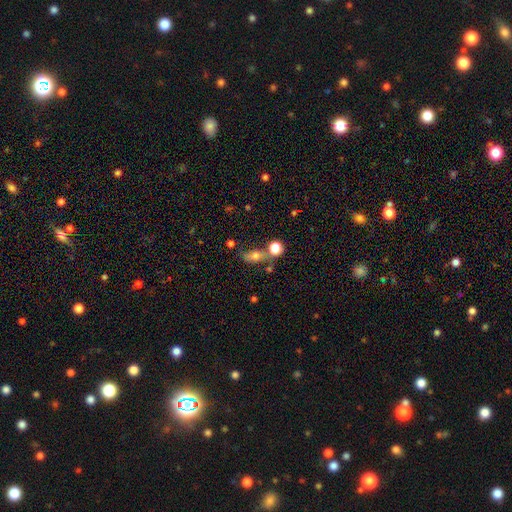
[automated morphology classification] Smooth or featured? smooth (58%)
How rounded? in between (65%)
Merging? none (53%)